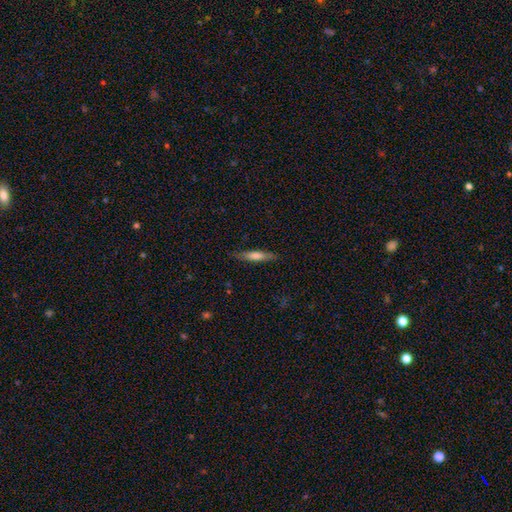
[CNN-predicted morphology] Overall: smooth (57%; featured or disk 36%). How rounded: cigar-shaped (84%). Merging: none (84%).